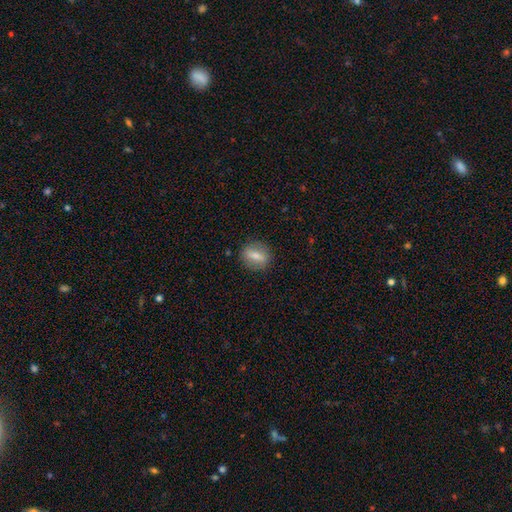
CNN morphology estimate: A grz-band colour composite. It shows a smooth galaxy with no disk features (66%) that is in between round and cigar-shaped (47%). Merging: none (86%).